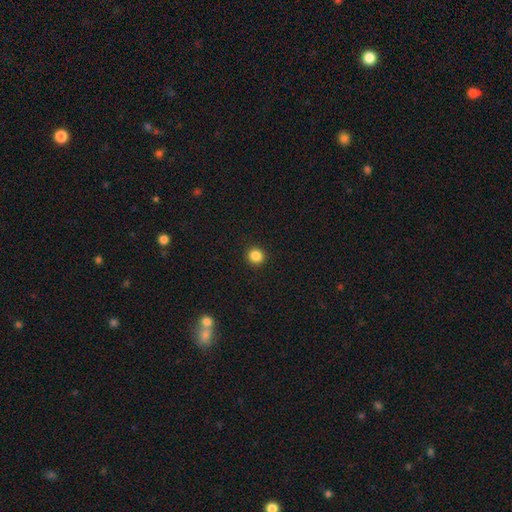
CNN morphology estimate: Smooth or featured?
  - smooth: 85% *
  - star or artifact: 12%
  - featured or disk: 3%
How rounded?
  - round: 93% *
  - in between: 6%
  - cigar-shaped: 1%
Merging?
  - none: 93% *
  - minor disturbance: 5%
  - major disturbance: 2%
  - merger: 1%